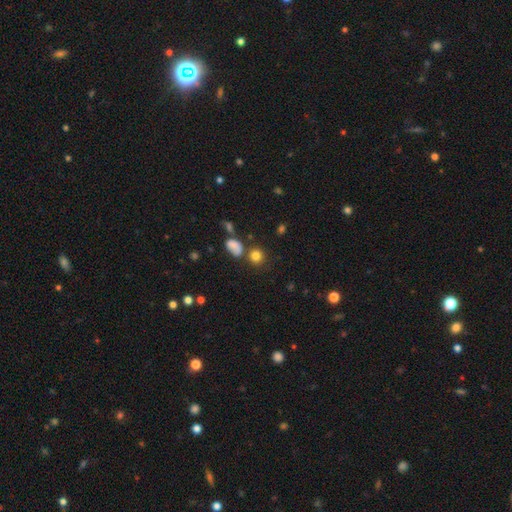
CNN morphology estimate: A smooth galaxy with no disk features (80%) that is round (83%).

Vote fractions:
- Smooth or featured? smooth: 80% / star or artifact: 13% / featured or disk: 6%
- How rounded? round: 83% / in between: 15% / cigar-shaped: 1%
- Merging? none: 69% / merger: 13% / minor disturbance: 12% / major disturbance: 6%